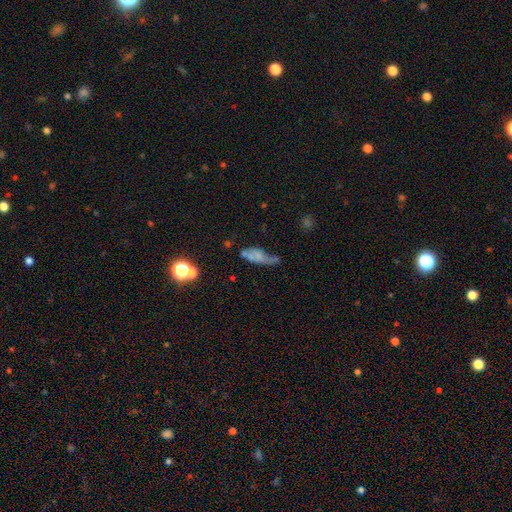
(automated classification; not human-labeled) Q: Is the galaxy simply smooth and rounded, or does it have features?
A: smooth — 44%.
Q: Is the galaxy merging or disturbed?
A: none — 30%.